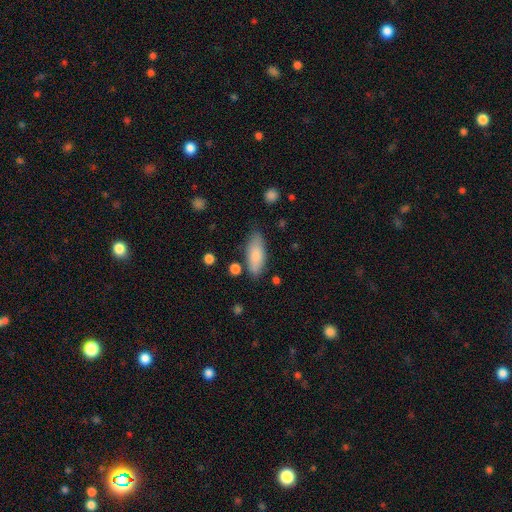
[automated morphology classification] This appears to be a smooth galaxy with no disk features (82%) that is in between round and cigar-shaped (73%). Merging: none (78%).